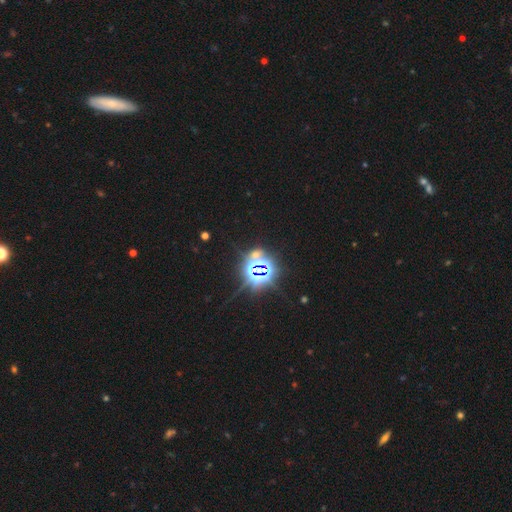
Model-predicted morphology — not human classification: Smooth or featured? Predicted: star or artifact (p=0.80).